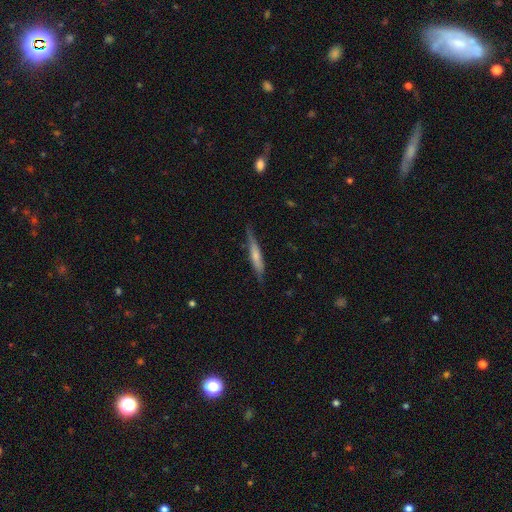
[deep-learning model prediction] This appears to be a smooth galaxy with no disk features (55%) that is cigar-shaped (91%). Merging: none (75%).